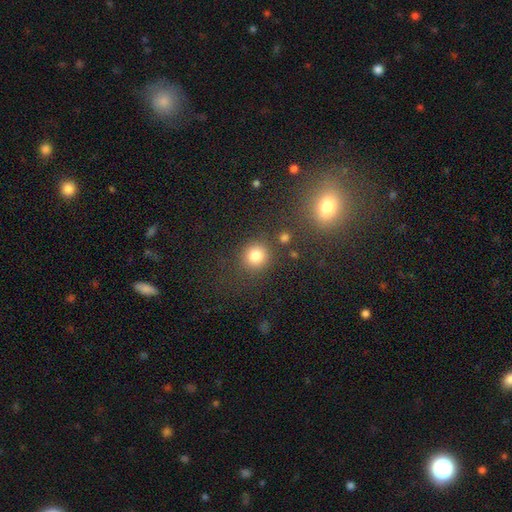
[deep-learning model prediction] Q: Smooth or featured?
A: smooth (80%); runner-up: star or artifact (13%)
Q: How rounded?
A: round (89%); runner-up: in between (10%)
Q: Merging?
A: none (78%); runner-up: minor disturbance (10%)